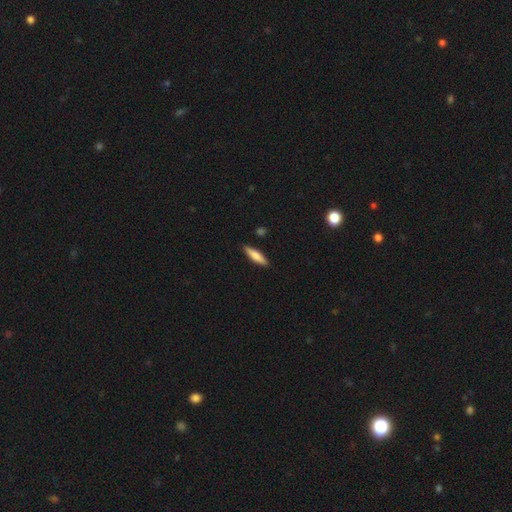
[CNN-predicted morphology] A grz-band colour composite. It shows a smooth galaxy with no disk features (67%) that is cigar-shaped (74%). Merging: none (88%).